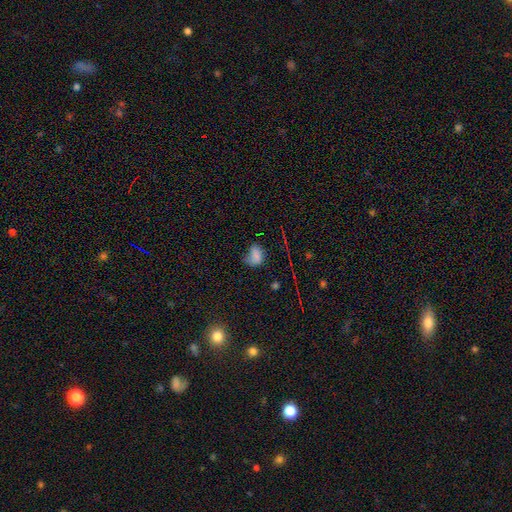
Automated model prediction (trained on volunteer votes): Morphology: type=smooth (70%); roundness=in between (73%); merging=none (39%).